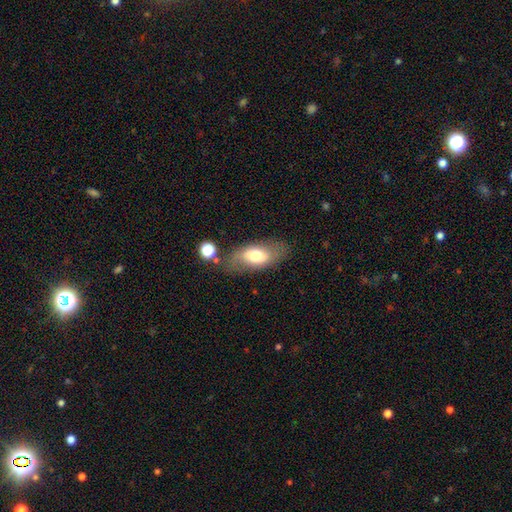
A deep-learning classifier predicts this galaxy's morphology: This appears to be a smooth galaxy with no disk features (66%) that is in between round and cigar-shaped (87%). Merging: none (72%).